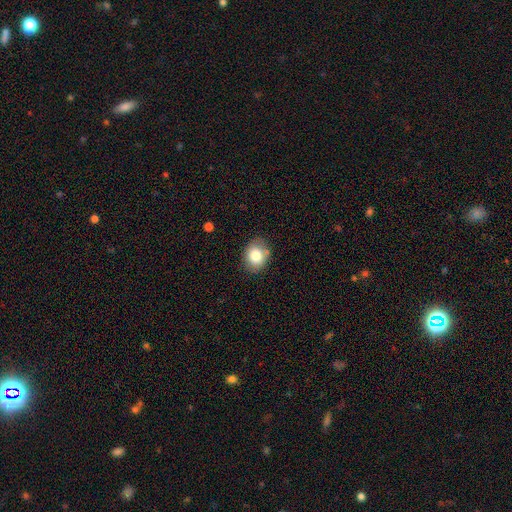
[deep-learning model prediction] smooth 81%, featured or disk 10%, star or artifact 9%. Down the decision tree: how rounded — round (52%); merging — none (78%).